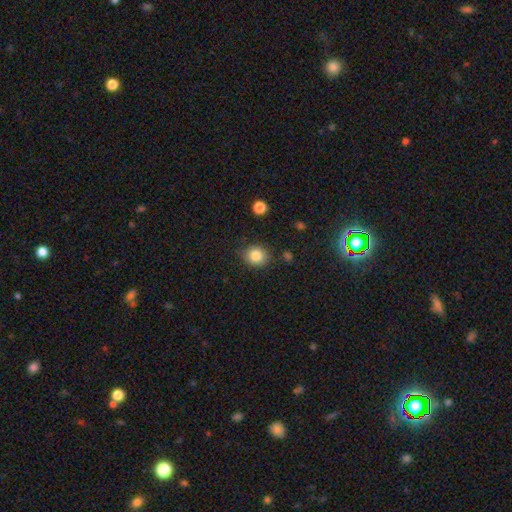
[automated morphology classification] Smooth or featured? smooth (83%)
How rounded? round (75%)
Merging? none (83%)